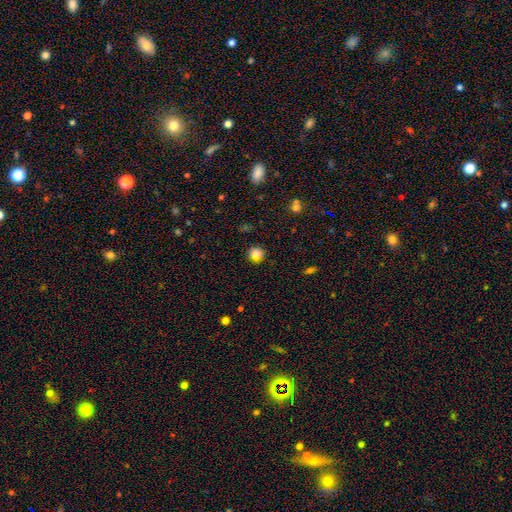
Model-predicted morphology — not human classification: type=smooth (81%); roundness=round (88%); merging=none (85%).